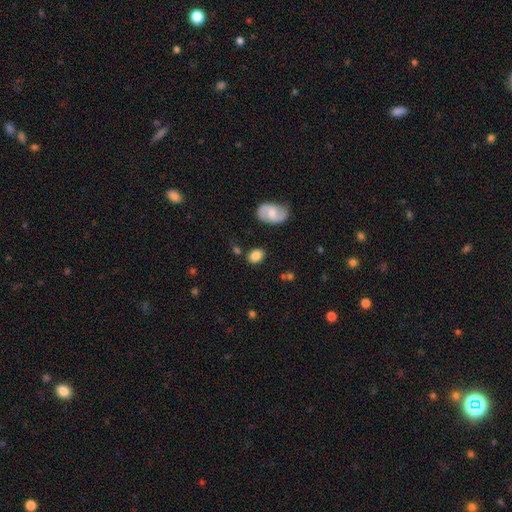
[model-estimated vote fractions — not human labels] Morphology: type=smooth (80%); roundness=in between (72%); merging=none (78%).